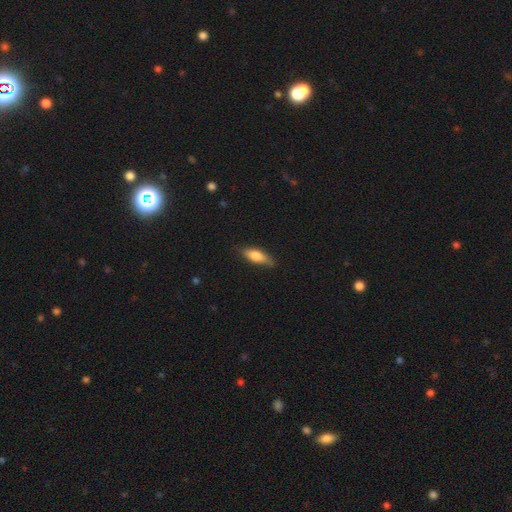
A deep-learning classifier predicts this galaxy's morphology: Q: Smooth or featured?
A: smooth (76%); runner-up: featured or disk (18%)
Q: How rounded?
A: in between (68%); runner-up: cigar-shaped (30%)
Q: Merging?
A: none (74%); runner-up: minor disturbance (21%)